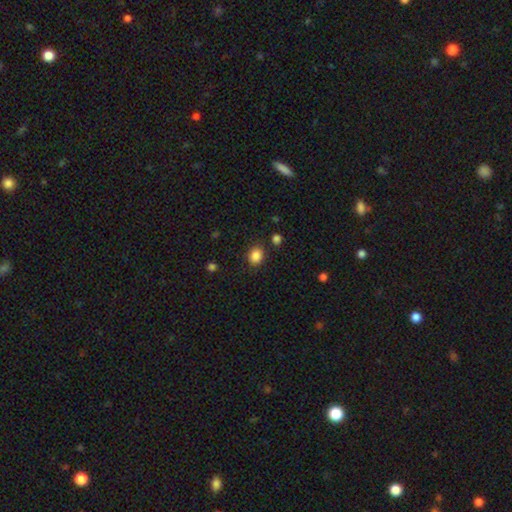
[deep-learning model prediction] smooth-or-featured: smooth: 86% | star or artifact: 10% | featured or disk: 4%
  how-rounded: round: 61% | in between: 38% | cigar-shaped: 1%
  merging: none: 84% | minor disturbance: 10% | major disturbance: 3% | merger: 3%